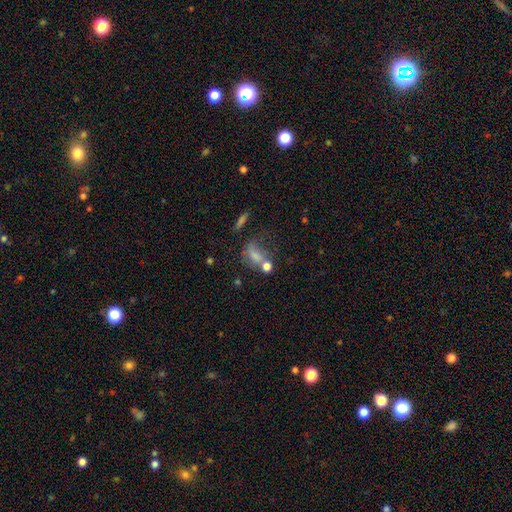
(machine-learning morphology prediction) smooth 65%, featured or disk 20%, star or artifact 15%. Down the decision tree: how rounded — in between (67%); merging — merger (31%).